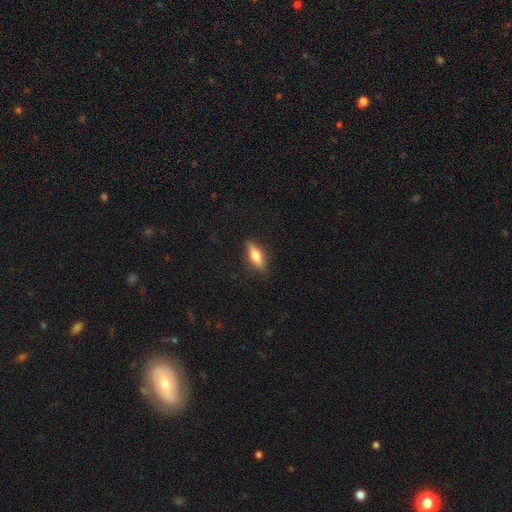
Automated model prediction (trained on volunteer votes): Smooth or featured?
  - smooth: 61% *
  - featured or disk: 33%
  - star or artifact: 7%
How rounded?
  - cigar-shaped: 52% *
  - in between: 46%
  - round: 3%
Merging?
  - none: 85% *
  - minor disturbance: 11%
  - major disturbance: 3%
  - merger: 1%